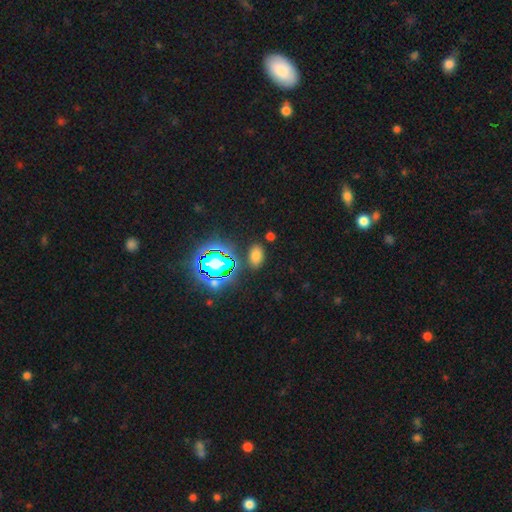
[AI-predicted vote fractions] The model was most divided on "smooth or featured": smooth: 64%, star or artifact: 28%, featured or disk: 8%. More confident: how rounded — in between (87%); merging — none (84%).